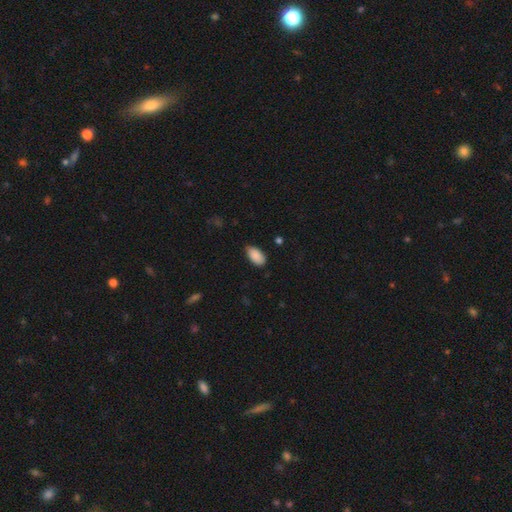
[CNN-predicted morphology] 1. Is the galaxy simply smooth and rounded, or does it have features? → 88% smooth, 7% star or artifact, 5% featured or disk.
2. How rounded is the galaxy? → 95% in between, 3% round, 3% cigar-shaped.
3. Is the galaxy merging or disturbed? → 70% none, 25% minor disturbance, 4% major disturbance, 1% merger.